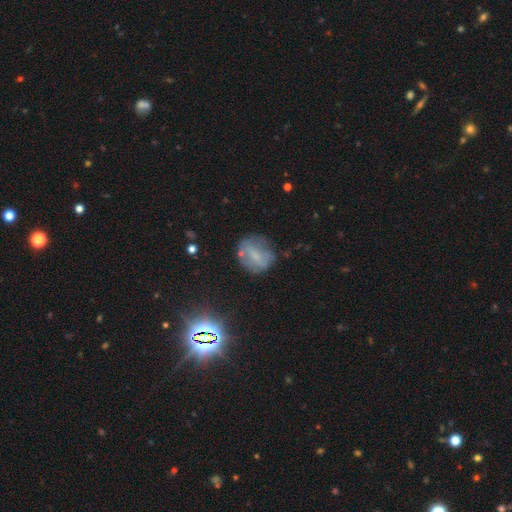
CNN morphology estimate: Smooth or featured?
  - smooth: 48% *
  - featured or disk: 37%
  - star or artifact: 15%
Merging?
  - none: 61% *
  - minor disturbance: 23%
  - major disturbance: 12%
  - merger: 3%